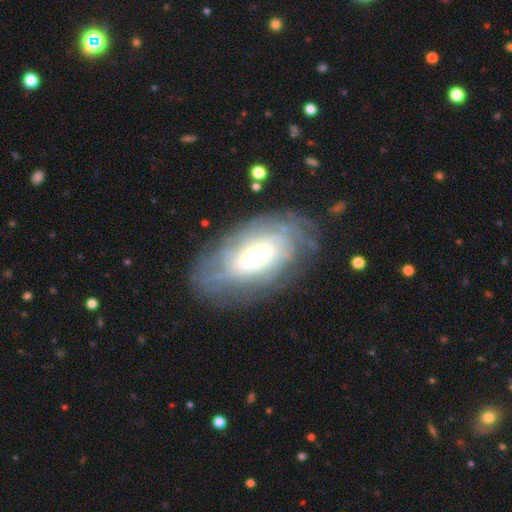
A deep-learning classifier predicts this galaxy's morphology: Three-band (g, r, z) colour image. It shows a featured or disk galaxy (78%) with a weak bar (42%), tight (69%) spiral arms (85%) and a moderate central bulge (57%). Merging: none (69%).